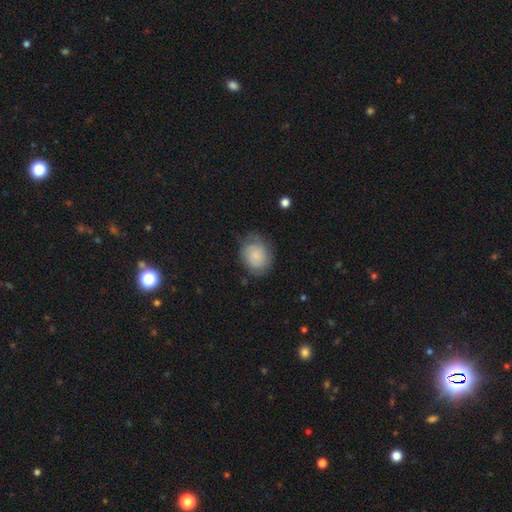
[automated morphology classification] Smooth or featured? Predicted: smooth (p=0.67). How rounded? Predicted: round (p=0.51). Merging? Predicted: none (p=0.63).